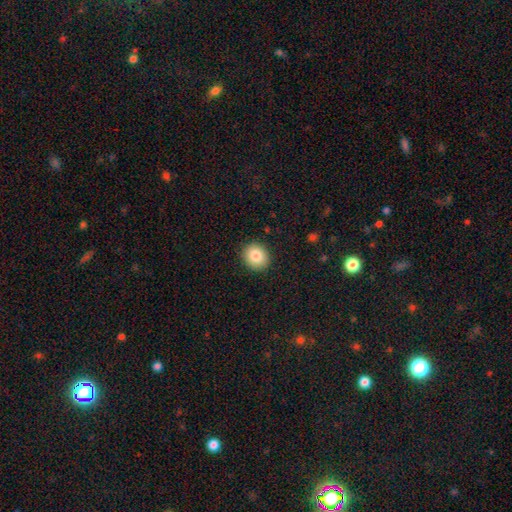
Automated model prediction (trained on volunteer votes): smooth 85%, star or artifact 9%, featured or disk 7%. Down the decision tree: how rounded — round (79%); merging — none (91%).